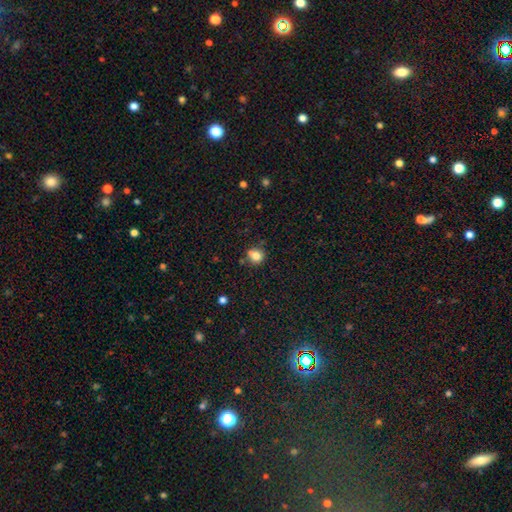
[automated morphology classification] Smooth or featured? smooth (80%)
How rounded? round (84%)
Merging? none (67%)